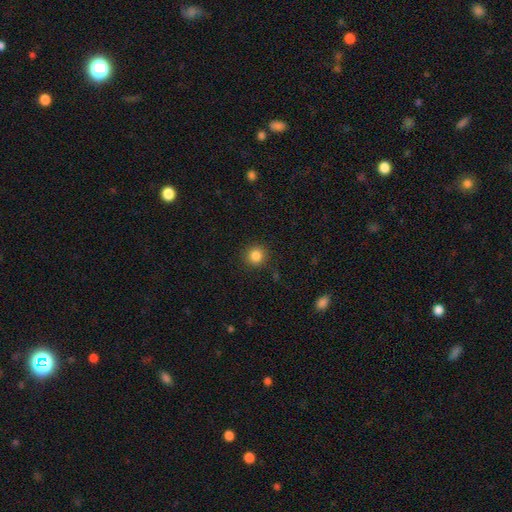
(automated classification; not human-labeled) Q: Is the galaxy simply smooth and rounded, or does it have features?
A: smooth — 85%.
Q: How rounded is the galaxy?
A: round — 92%.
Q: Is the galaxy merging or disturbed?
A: none — 90%.